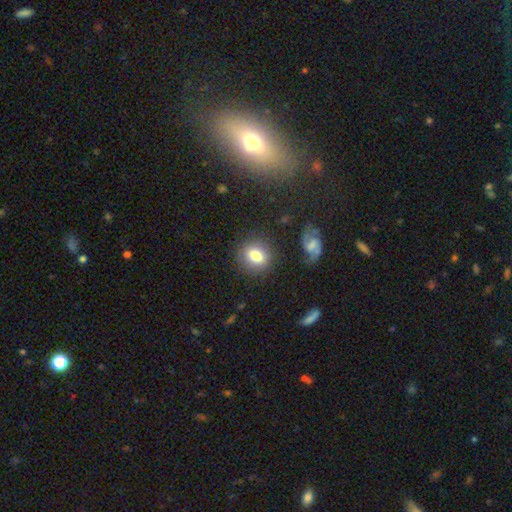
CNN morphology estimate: Smooth or featured: smooth — 77% (featured or disk — 14%)
How rounded: round — 71% (in between — 28%)
Merging: none — 82% (minor disturbance — 11%)